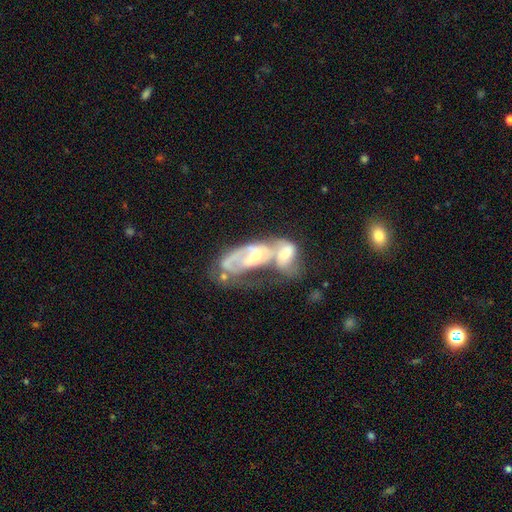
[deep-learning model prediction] This is likely a featured or disk galaxy (72%). It is clearly not viewed edge-on (92%). Bar: likely no (69%). Spiral arm pattern: likely yes (63%). Central bulge: possibly moderate (53%). Merging: likely merger (72%).